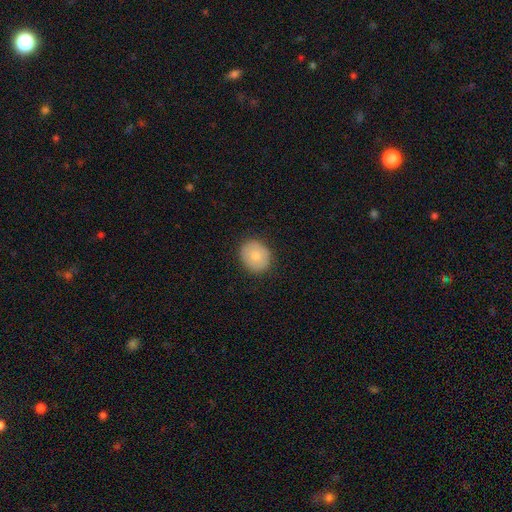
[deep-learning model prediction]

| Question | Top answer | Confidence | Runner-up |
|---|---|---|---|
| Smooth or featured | smooth | 75% | featured or disk (17%) |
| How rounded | round | 68% | in between (31%) |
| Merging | none | 87% | minor disturbance (10%) |